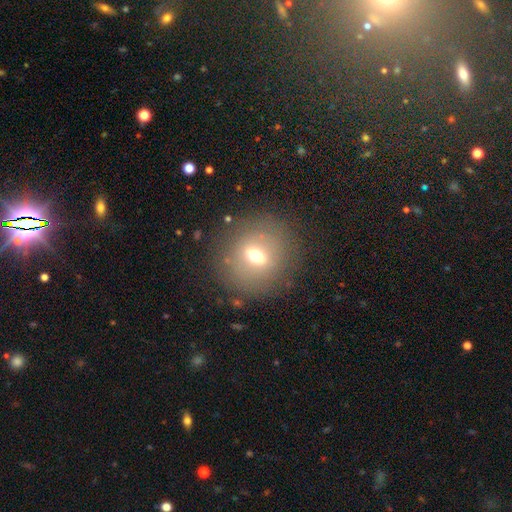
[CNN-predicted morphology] Q: Smooth or featured?
A: smooth (51%); runner-up: star or artifact (26%)
Q: How rounded?
A: round (85%); runner-up: in between (13%)
Q: Merging?
A: none (87%); runner-up: minor disturbance (8%)